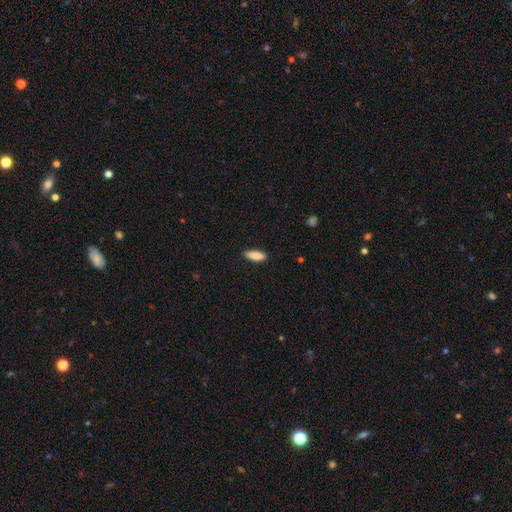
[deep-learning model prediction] Morphology: type=smooth (81%); roundness=in between (59%); merging=none (88%).